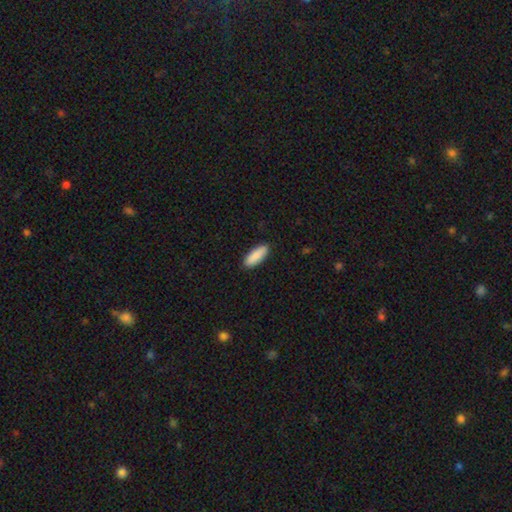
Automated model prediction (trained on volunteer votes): Q: Smooth or featured?
A: smooth (91%); runner-up: star or artifact (6%)
Q: How rounded?
A: in between (63%); runner-up: cigar-shaped (36%)
Q: Merging?
A: none (90%); runner-up: minor disturbance (7%)